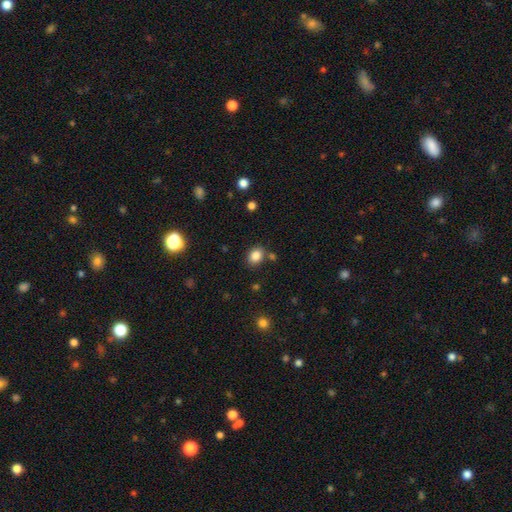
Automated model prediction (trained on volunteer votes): Smooth or featured? Predicted: smooth (p=0.84). How rounded? Predicted: in between (p=0.53). Merging? Predicted: none (p=0.76).